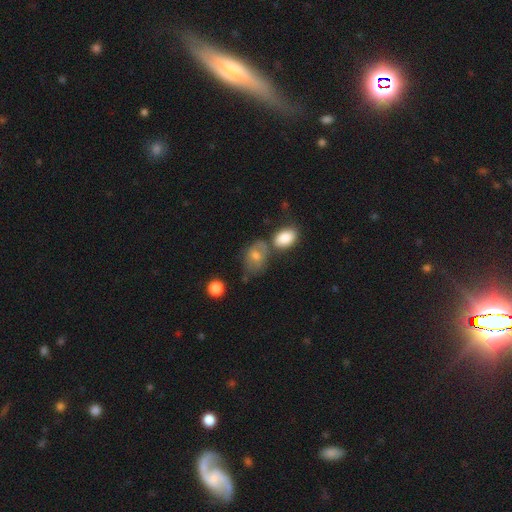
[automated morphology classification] This is likely a smooth galaxy (64%). How rounded: likely in between (77%). Merging: marginally none (39%).